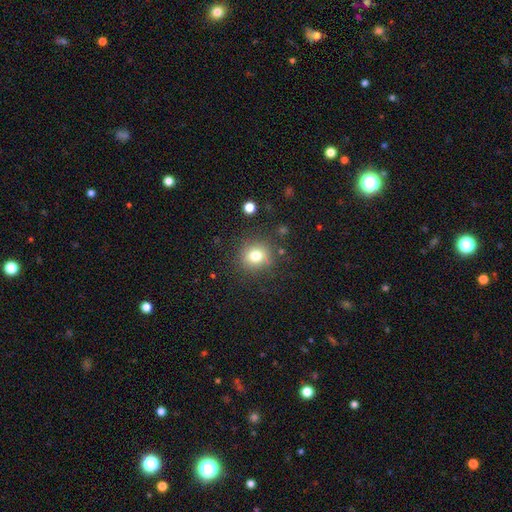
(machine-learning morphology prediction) smooth 77%, star or artifact 13%, featured or disk 10%. Down the decision tree: how rounded — round (84%); merging — none (83%).